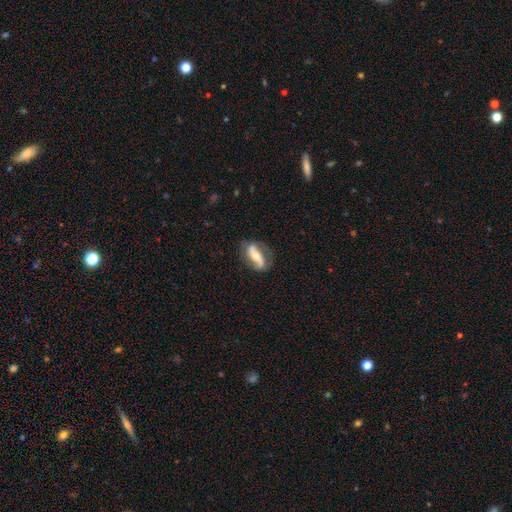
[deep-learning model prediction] Smooth or featured?
  - featured or disk: 71% *
  - smooth: 23%
  - star or artifact: 6%
Edge-on disk?
  - no: 86% *
  - yes: 14%
Bar?
  - strong: 48% *
  - no: 28%
  - weak: 24%
Spiral arms?
  - yes: 84% *
  - no: 16%
Spiral winding?
  - loose: 52% *
  - medium: 31%
  - tight: 17%
Spiral arm count?
  - 2: 85% *
  - 1: 6%
  - can't tell: 6%
  - 3: 1%
  - 4: 1%
  - more than 4: 1%
Bulge size?
  - moderate: 56% *
  - small: 32%
  - large: 8%
  - none: 2%
  - dominant: 2%
Merging?
  - none: 70% *
  - minor disturbance: 19%
  - major disturbance: 9%
  - merger: 2%